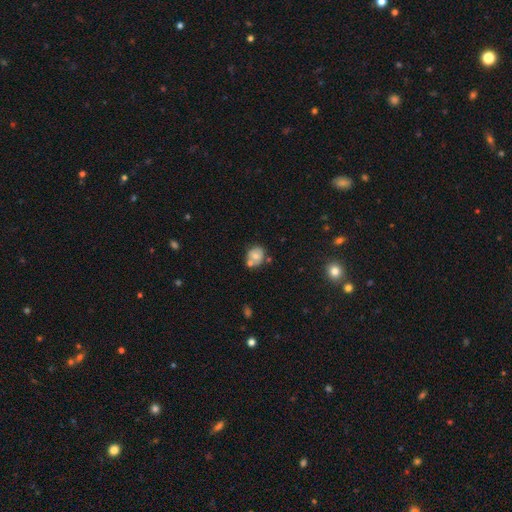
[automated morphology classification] Smooth or featured? smooth (60%)
How rounded? round (68%)
Merging? none (53%)